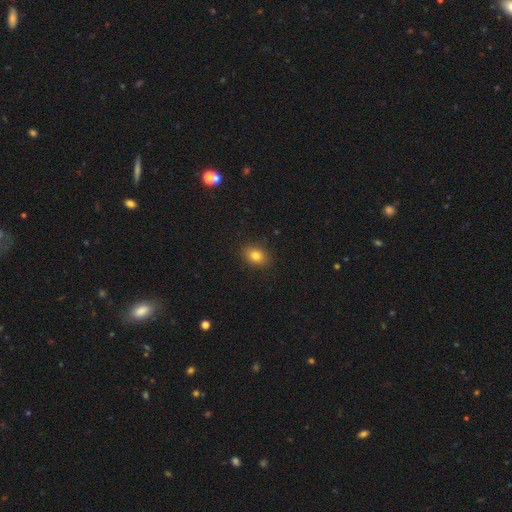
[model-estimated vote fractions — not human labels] smooth 81%, star or artifact 11%, featured or disk 8%. Down the decision tree: how rounded — in between (63%); merging — none (88%).